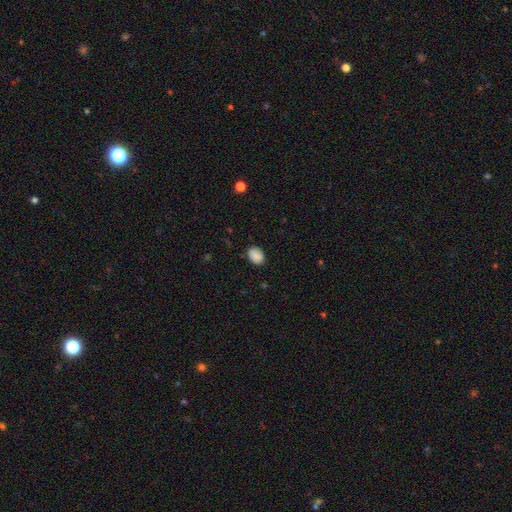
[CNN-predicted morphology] Q: Smooth or featured?
A: smooth (88%); runner-up: star or artifact (8%)
Q: How rounded?
A: in between (73%); runner-up: round (26%)
Q: Merging?
A: none (81%); runner-up: minor disturbance (14%)